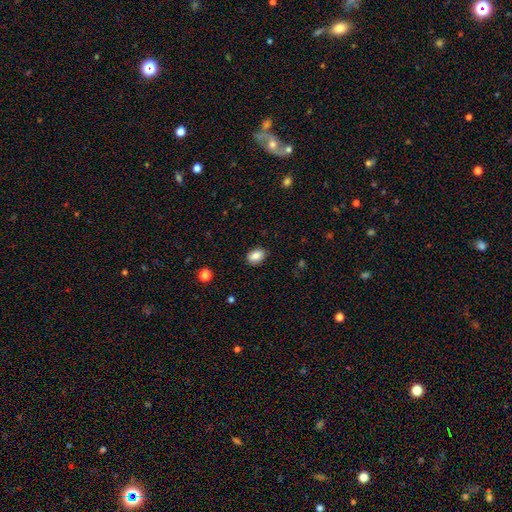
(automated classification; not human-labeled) Smooth or featured? smooth (83%)
How rounded? in between (78%)
Merging? none (86%)